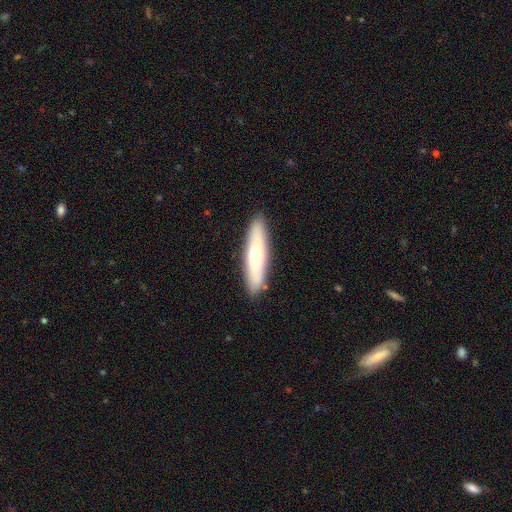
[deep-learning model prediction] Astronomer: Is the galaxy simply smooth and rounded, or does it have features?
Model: smooth — 53% (runner-up: featured or disk, 40%).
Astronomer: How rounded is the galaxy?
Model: cigar-shaped — 76%.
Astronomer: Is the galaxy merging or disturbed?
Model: none — 90%.